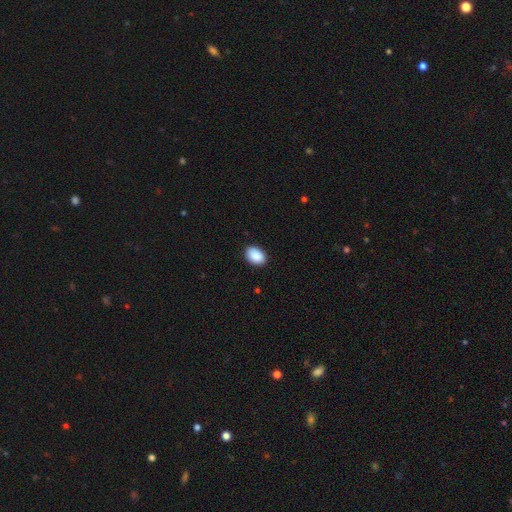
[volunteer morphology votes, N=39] A smooth galaxy with no disk features (85%) that is in between round and cigar-shaped (88%).

Vote fractions:
- Smooth or featured? smooth: 85% / featured or disk: 8% / star or artifact: 8%
- How rounded? in between: 88% / round: 12% / cigar-shaped: 0%
- Merging? none: 89% / minor disturbance: 11% / major disturbance: 0% / merger: 0%